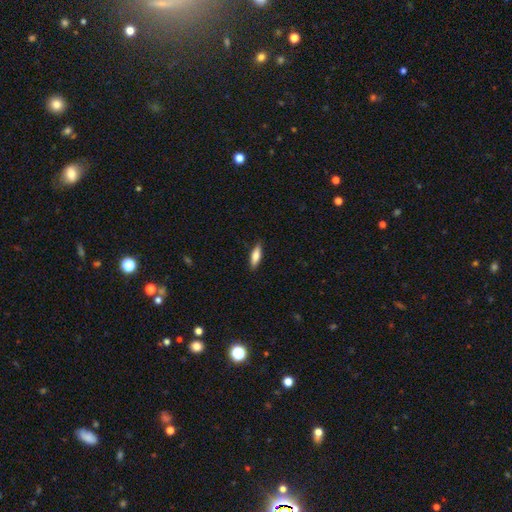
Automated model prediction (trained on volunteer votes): Smooth or featured?
  - smooth: 76% *
  - featured or disk: 18%
  - star or artifact: 6%
How rounded?
  - in between: 51% *
  - cigar-shaped: 47%
  - round: 2%
Merging?
  - none: 87% *
  - minor disturbance: 10%
  - major disturbance: 2%
  - merger: 1%